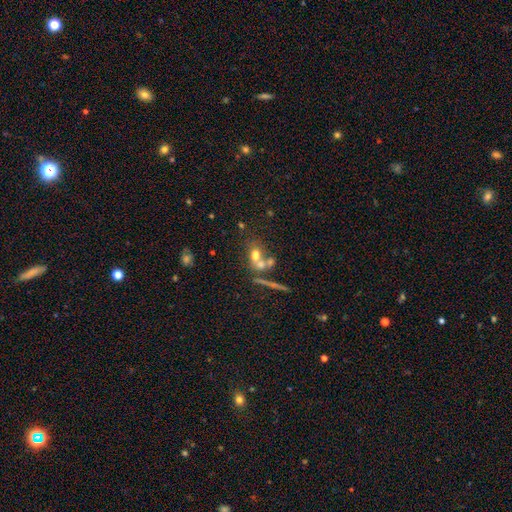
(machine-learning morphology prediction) A smooth galaxy with no disk features (57%) that is in between round and cigar-shaped (52%).

Vote fractions:
- Smooth or featured? smooth: 57% / featured or disk: 27% / star or artifact: 16%
- How rounded? in between: 52% / round: 40% / cigar-shaped: 8%
- Merging? merger: 50% / none: 34% / minor disturbance: 9% / major disturbance: 7%